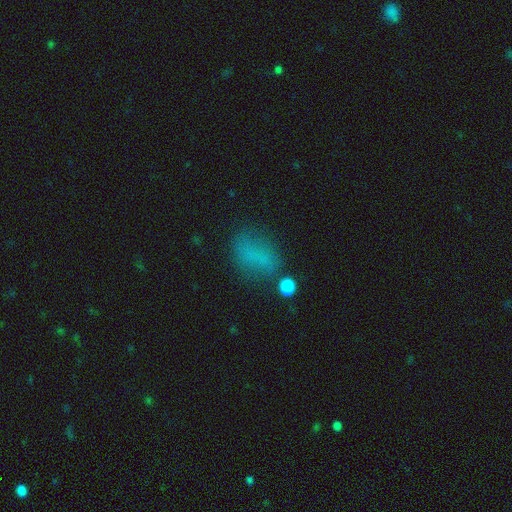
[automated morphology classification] smooth 66%, star or artifact 20%, featured or disk 15%. Down the decision tree: how rounded — in between (76%); merging — none (60%).